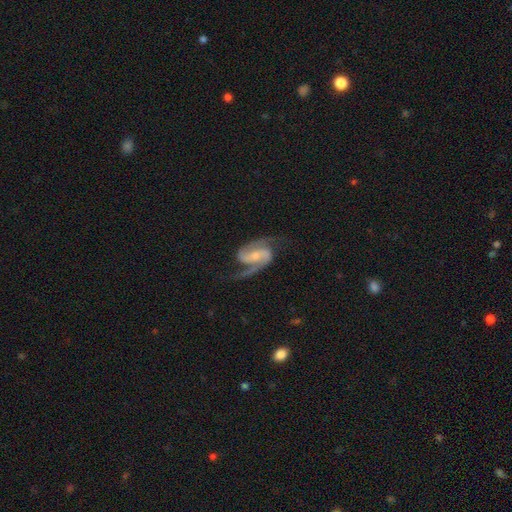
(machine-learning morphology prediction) Smooth or featured: featured or disk — 91% (smooth — 5%)
Edge-on disk: no — 98% (yes — 2%)
Bar: weak — 40% (no — 34%)
Spiral arms: yes — 98% (no — 2%)
Spiral winding: medium — 55% (loose — 30%)
Spiral arm count: 2 — 93% (1 — 2%)
Bulge size: small — 52% (moderate — 37%)
Merging: none — 73% (minor disturbance — 15%)